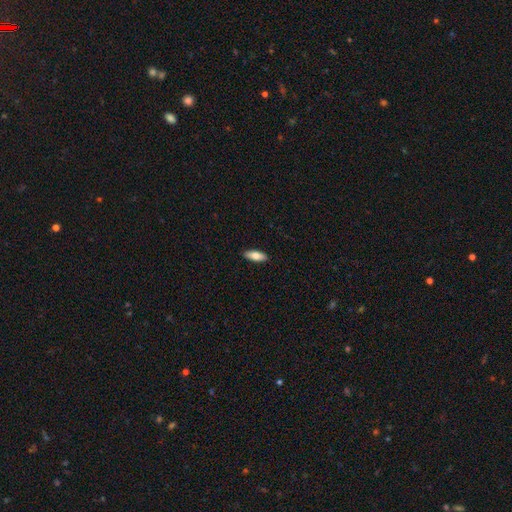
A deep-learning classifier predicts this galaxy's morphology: Smooth or featured: smooth — 79% (featured or disk — 15%)
How rounded: in between — 72% (cigar-shaped — 26%)
Merging: none — 90% (minor disturbance — 7%)